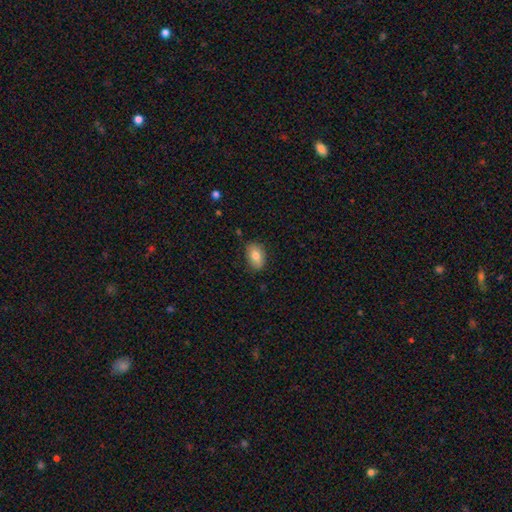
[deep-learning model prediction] smooth_or_featured: smooth (p=0.80) [alt: featured or disk p=0.12]
how_rounded: in between (p=0.87) [alt: round p=0.12]
merging: none (p=0.82) [alt: minor disturbance p=0.14]